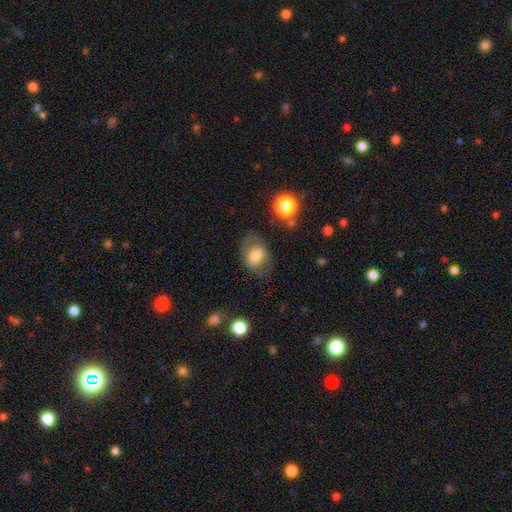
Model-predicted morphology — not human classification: type=smooth (64%); roundness=in between (68%); merging=none (67%).